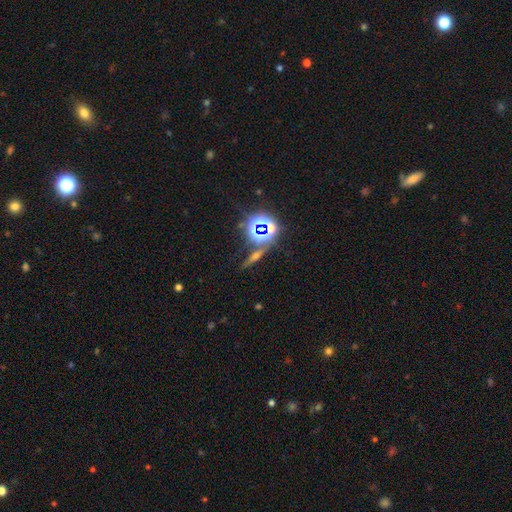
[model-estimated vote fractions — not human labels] This appears to be a star or artifact, not a galaxy (45%).